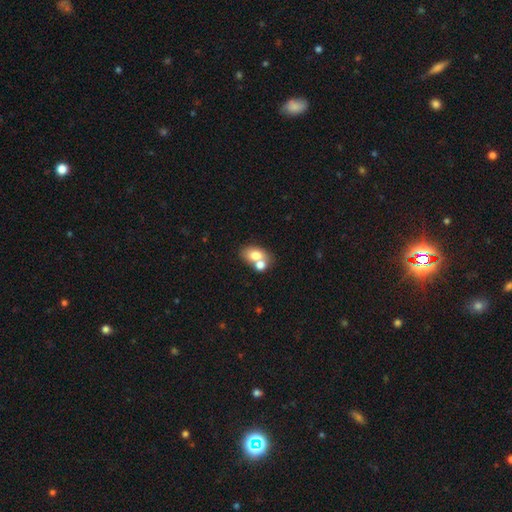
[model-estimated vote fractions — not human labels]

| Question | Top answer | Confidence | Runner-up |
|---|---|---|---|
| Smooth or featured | smooth | 72% | featured or disk (18%) |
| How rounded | in between | 78% | round (21%) |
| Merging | merger | 44% | none (42%) |